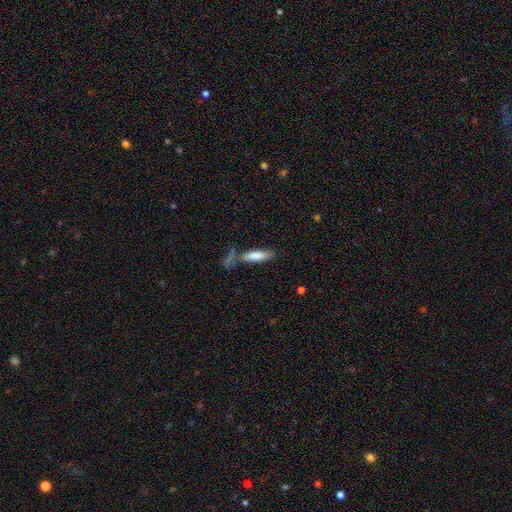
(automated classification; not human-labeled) This is likely a smooth galaxy (79%). How rounded: possibly cigar-shaped (59%). Merging: possibly none (55%).